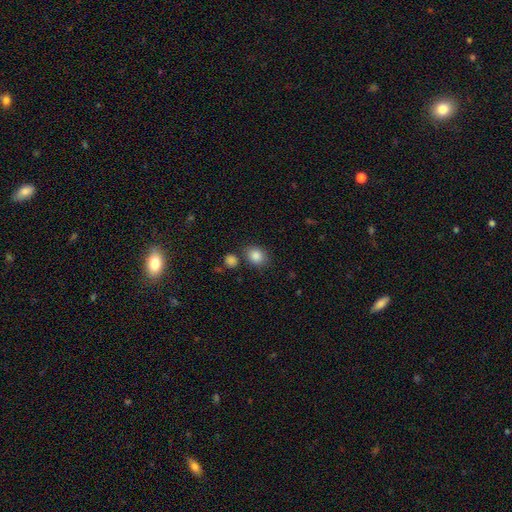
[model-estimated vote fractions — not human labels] Smooth or featured?
  - smooth: 86% *
  - star or artifact: 9%
  - featured or disk: 5%
How rounded?
  - round: 53% *
  - in between: 46%
  - cigar-shaped: 1%
Merging?
  - none: 75% *
  - minor disturbance: 12%
  - merger: 9%
  - major disturbance: 4%